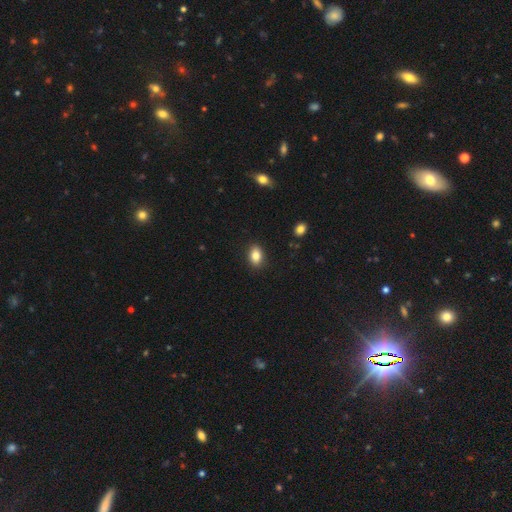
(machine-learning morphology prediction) smooth_or_featured: smooth (p=0.84) [alt: star or artifact p=0.09]
how_rounded: in between (p=0.81) [alt: round p=0.17]
merging: none (p=0.88) [alt: minor disturbance p=0.09]